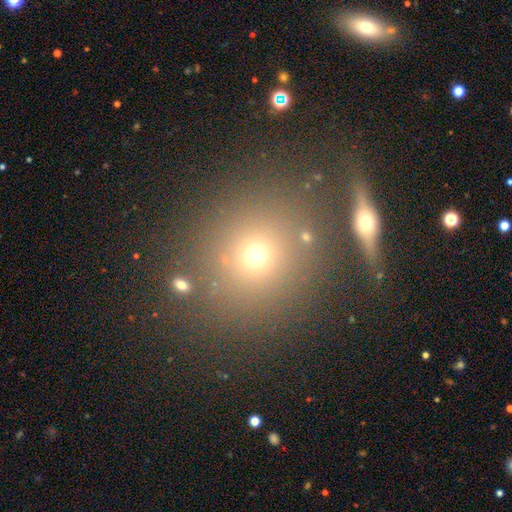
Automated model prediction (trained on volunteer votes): Smooth or featured? smooth (63%)
How rounded? round (86%)
Merging? none (78%)